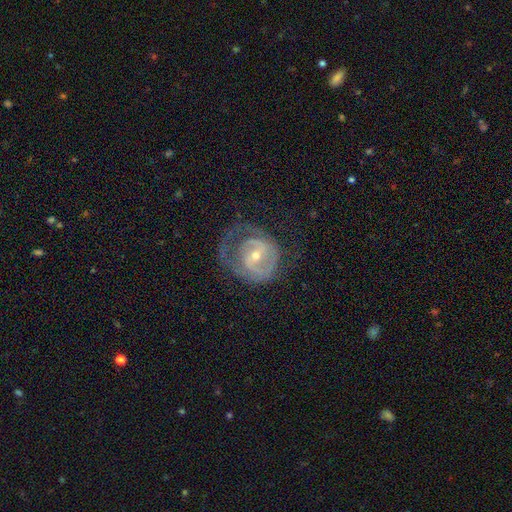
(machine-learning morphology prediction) Smooth or featured? featured or disk (78%)
Edge-on disk? no (97%)
Bar? weak (44%)
Spiral arms? yes (77%)
Spiral winding? tight (51%)
Spiral arm count? 2 (45%)
Bulge size? small (53%)
Merging? none (50%)